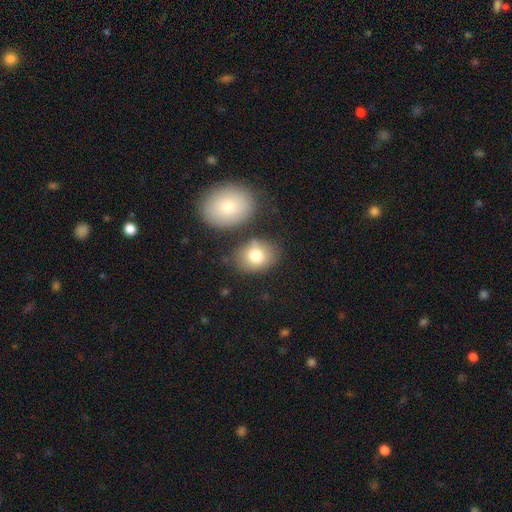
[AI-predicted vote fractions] The model was most divided on "how rounded": in between: 66%, round: 33%, cigar-shaped: 1%. More confident: smooth or featured — smooth (78%); merging — none (65%).